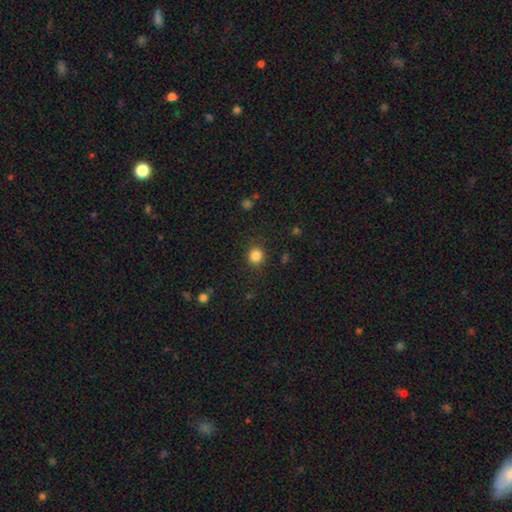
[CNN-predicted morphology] Q: Smooth or featured?
A: smooth (85%); runner-up: star or artifact (11%)
Q: How rounded?
A: round (90%); runner-up: in between (9%)
Q: Merging?
A: none (87%); runner-up: minor disturbance (8%)